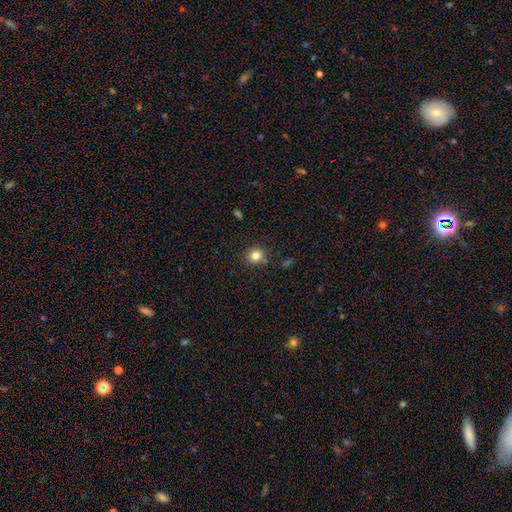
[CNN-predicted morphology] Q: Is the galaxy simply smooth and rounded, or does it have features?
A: smooth — 82%.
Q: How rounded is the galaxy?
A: round — 85%.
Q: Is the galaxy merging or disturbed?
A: none — 83%.